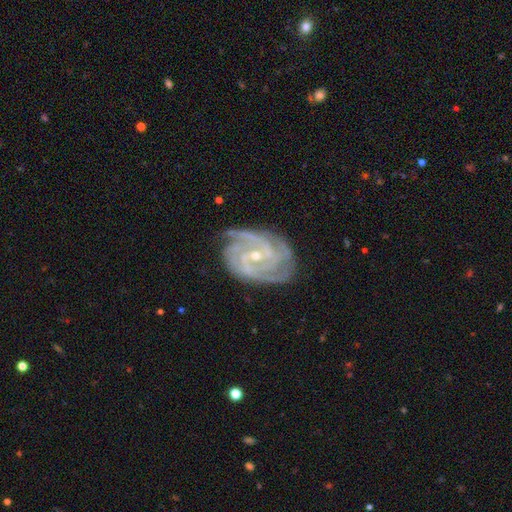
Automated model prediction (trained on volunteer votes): A featured or disk galaxy (91%) with a weak bar (42%), 3 (33%) tight (65%) spiral arms (98%) and a small central bulge (68%). Merging: none (76%).